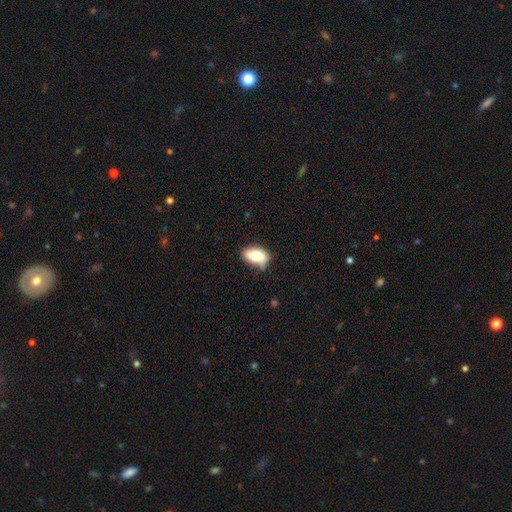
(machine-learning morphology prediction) Smooth or featured? smooth (75%)
How rounded? in between (89%)
Merging? none (47%)